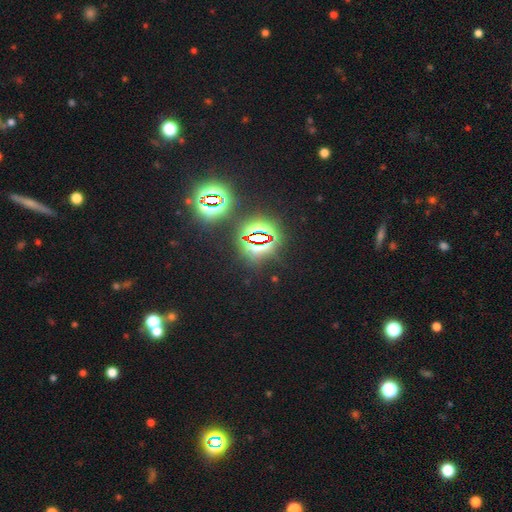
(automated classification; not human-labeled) A star or artifact, not a galaxy (79%).

Vote fractions:
- Smooth or featured? star or artifact: 79% / smooth: 13% / featured or disk: 8%